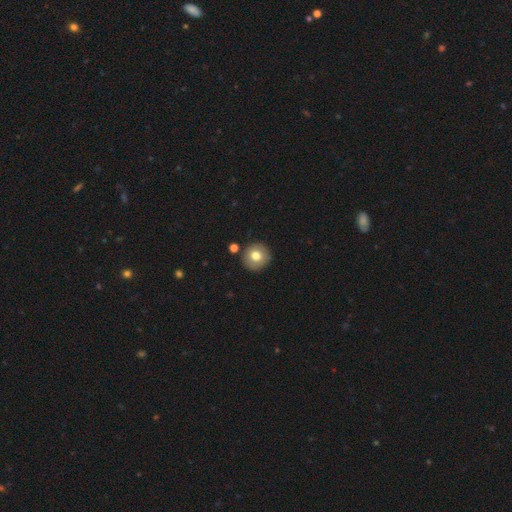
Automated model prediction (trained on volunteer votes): Morphology: type=smooth (77%); roundness=round (94%); merging=none (87%).